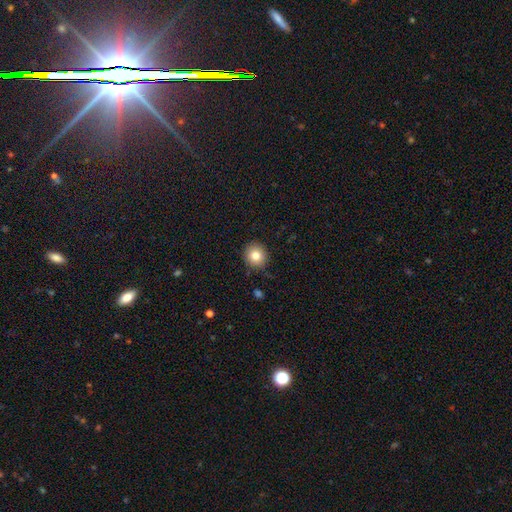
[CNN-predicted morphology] Smooth or featured: smooth — 81% (star or artifact — 10%)
How rounded: round — 89% (in between — 10%)
Merging: none — 89% (minor disturbance — 8%)